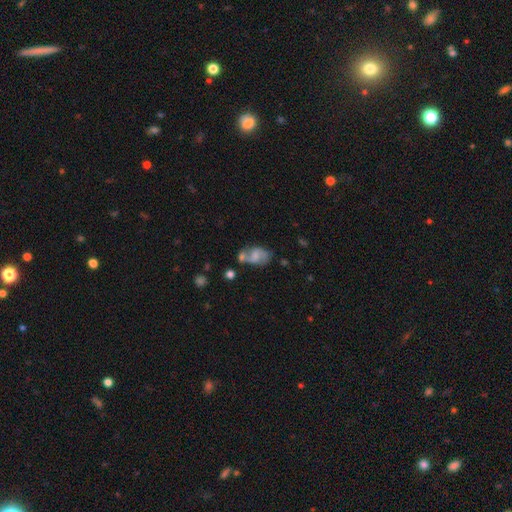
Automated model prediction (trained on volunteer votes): Smooth or featured? featured or disk (59%)
Edge-on disk? no (97%)
Bar? no (48%)
Spiral arms? yes (83%)
Bulge size? none (35%)
Merging? none (40%)